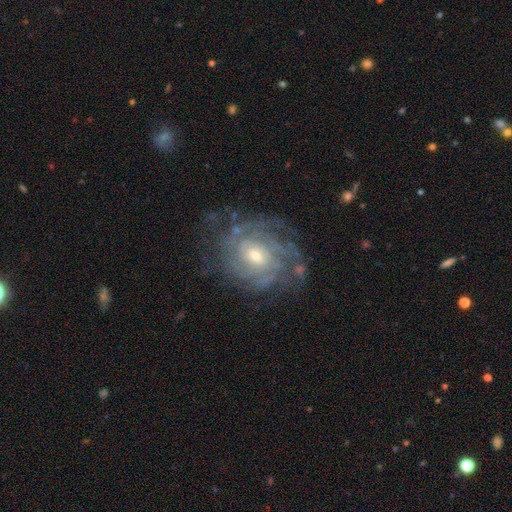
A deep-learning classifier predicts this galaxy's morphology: Smooth or featured? featured or disk (84%)
Edge-on disk? no (97%)
Bar? no (63%)
Spiral arms? yes (93%)
Spiral winding? tight (70%)
Spiral arm count? can't tell (42%)
Bulge size? moderate (51%)
Merging? none (70%)